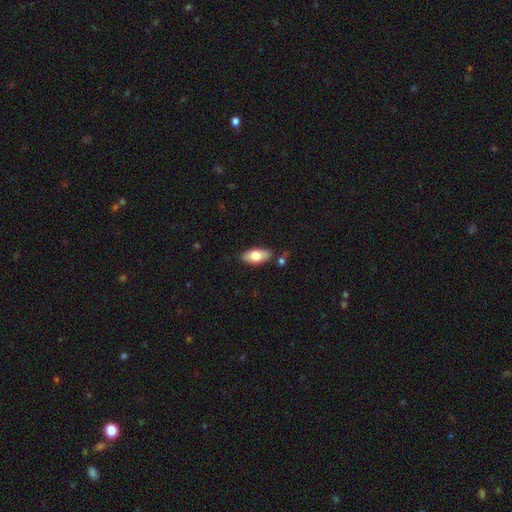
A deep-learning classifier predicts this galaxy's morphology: smooth 75%, featured or disk 19%, star or artifact 6%. Down the decision tree: how rounded — in between (89%); merging — none (81%).